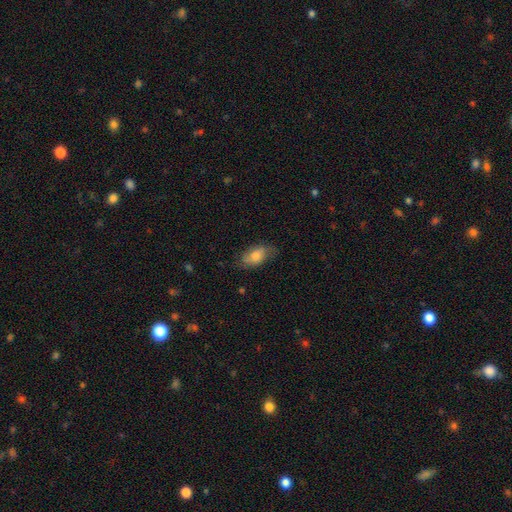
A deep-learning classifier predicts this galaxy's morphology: Q: Smooth or featured?
A: smooth (72%); runner-up: featured or disk (21%)
Q: How rounded?
A: in between (89%); runner-up: round (6%)
Q: Merging?
A: none (70%); runner-up: minor disturbance (22%)